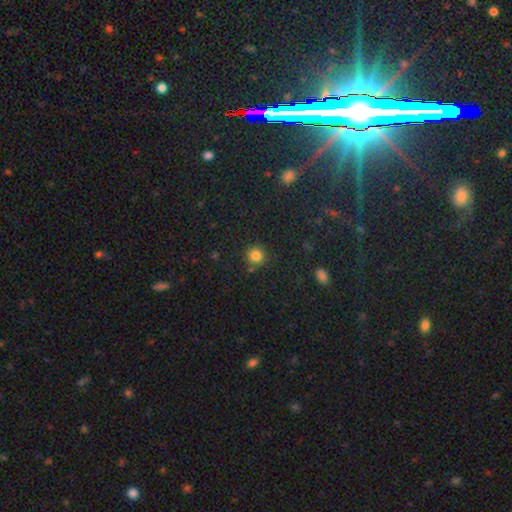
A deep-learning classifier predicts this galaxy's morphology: Overall: smooth (81%). How rounded: round (92%). Merging: none (82%).